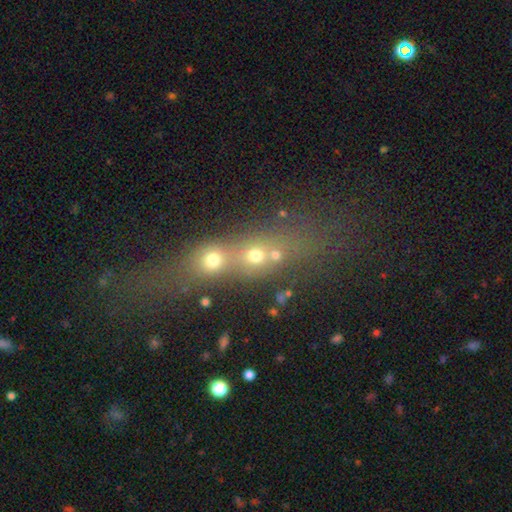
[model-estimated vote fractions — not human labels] The model was most divided on "how rounded": round: 61%, in between: 32%, cigar-shaped: 7%. More confident: merging — merger (65%); smooth or featured — smooth (65%).